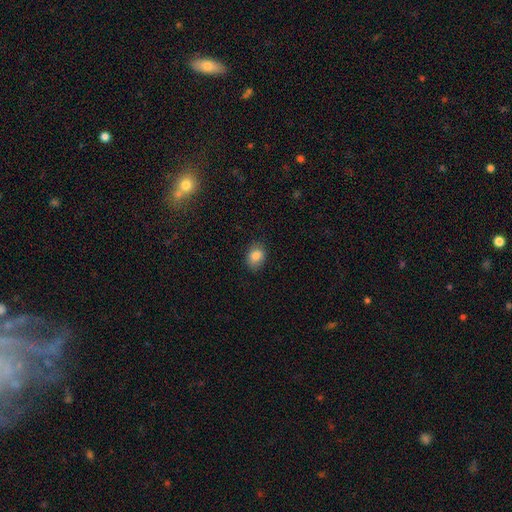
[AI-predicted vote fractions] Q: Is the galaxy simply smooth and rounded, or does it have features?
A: smooth — 84%.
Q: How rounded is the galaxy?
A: in between — 64%.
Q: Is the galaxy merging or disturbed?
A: none — 81%.